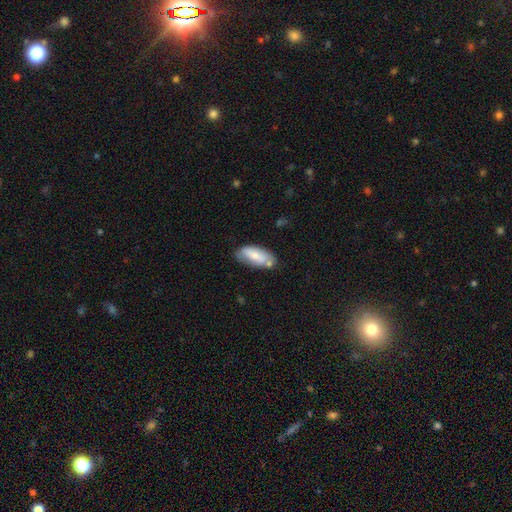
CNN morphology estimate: The model was most divided on "merging": none: 60%, minor disturbance: 23%, merger: 12%, major disturbance: 6%. More confident: how rounded — in between (86%); smooth or featured — smooth (68%).